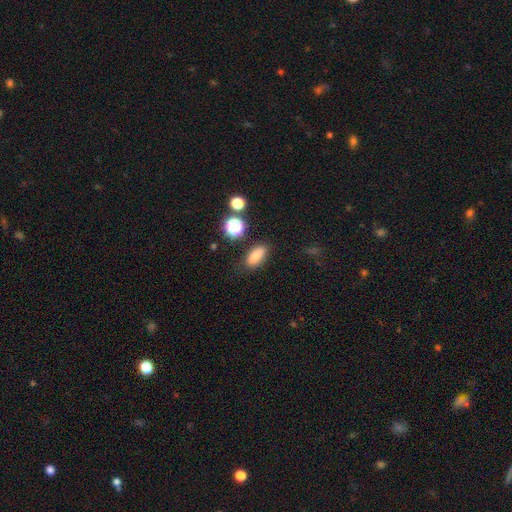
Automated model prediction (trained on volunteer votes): This appears to be a smooth galaxy with no disk features (80%) that is in between round and cigar-shaped (77%). Merging: none (81%).